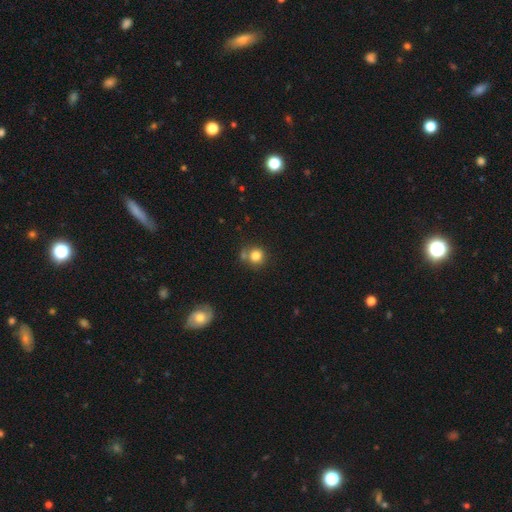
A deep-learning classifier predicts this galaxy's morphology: smooth 81%, star or artifact 11%, featured or disk 8%. Down the decision tree: how rounded — round (89%); merging — none (63%).